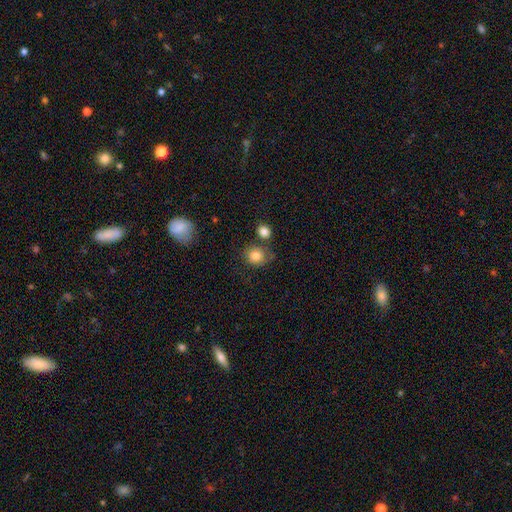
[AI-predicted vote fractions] Smooth or featured: smooth — 82% (star or artifact — 10%)
How rounded: round — 81% (in between — 18%)
Merging: none — 64% (merger — 16%)